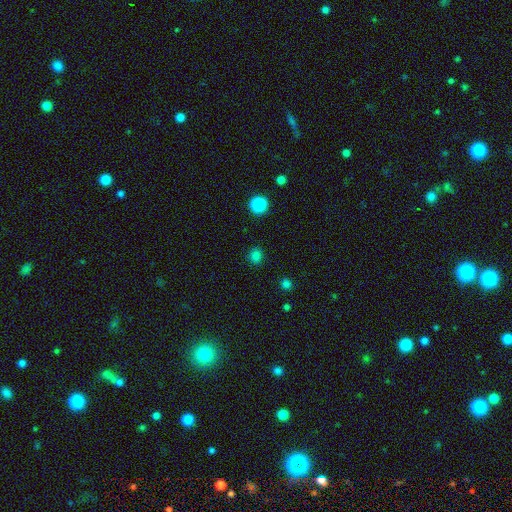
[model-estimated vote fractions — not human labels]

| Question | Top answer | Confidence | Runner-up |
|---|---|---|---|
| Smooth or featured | smooth | 79% | star or artifact (17%) |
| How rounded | round | 84% | in between (15%) |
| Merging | none | 89% | minor disturbance (7%) |